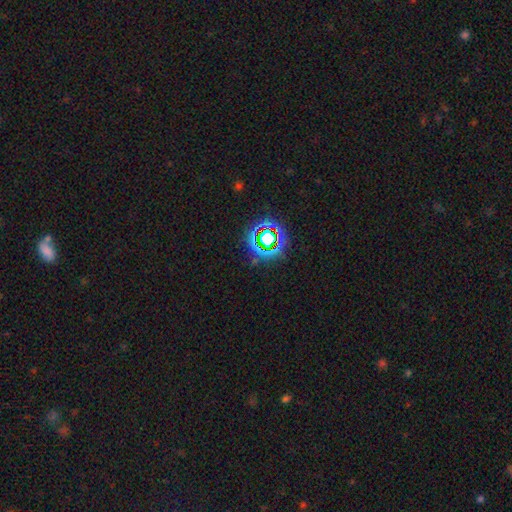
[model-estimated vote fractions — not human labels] Smooth or featured: star or artifact — 72% (smooth — 18%)